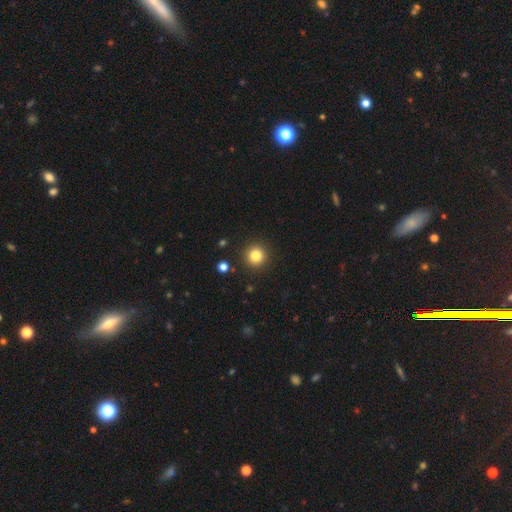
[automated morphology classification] Smooth or featured? smooth (83%)
How rounded? round (95%)
Merging? none (91%)